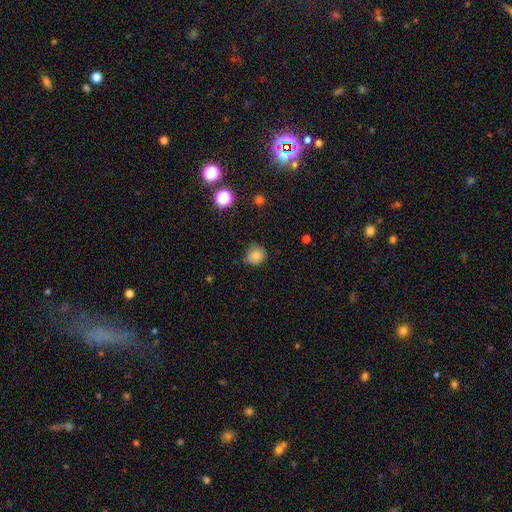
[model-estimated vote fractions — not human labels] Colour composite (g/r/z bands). It shows a smooth galaxy with no disk features (79%) that is round (87%). Merging: none (69%).